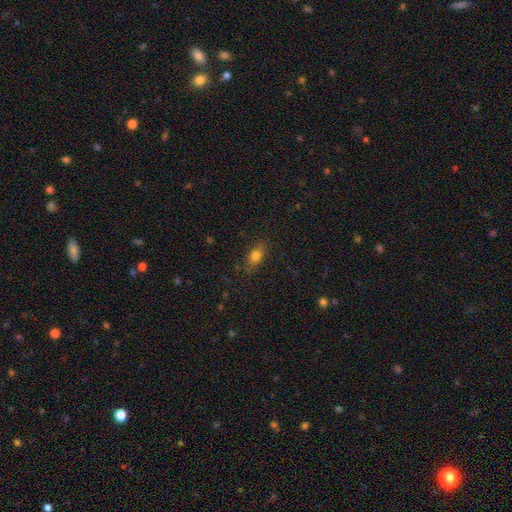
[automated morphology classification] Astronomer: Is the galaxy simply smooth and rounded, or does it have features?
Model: smooth — 76%.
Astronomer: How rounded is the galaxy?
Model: in between — 77%.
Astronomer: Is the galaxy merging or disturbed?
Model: none — 82%.